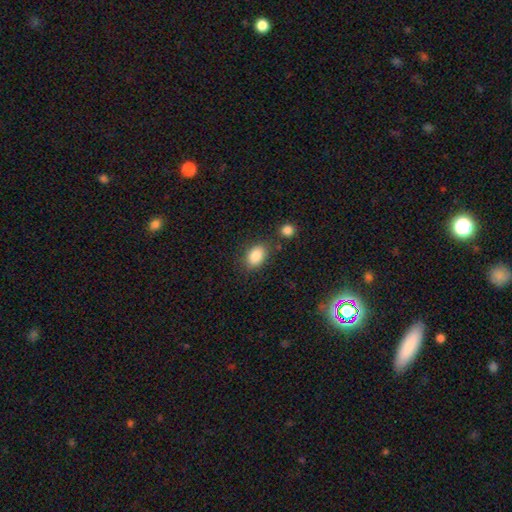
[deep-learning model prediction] Smooth or featured? smooth (86%)
How rounded? in between (84%)
Merging? none (76%)